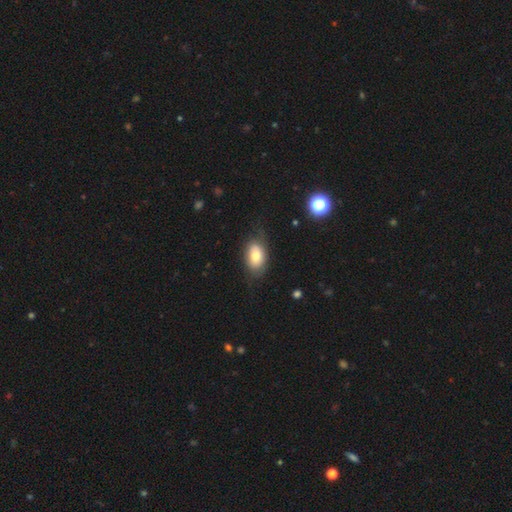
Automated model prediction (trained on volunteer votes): smooth 75%, featured or disk 17%, star or artifact 8%. Down the decision tree: how rounded — in between (90%); merging — none (65%).